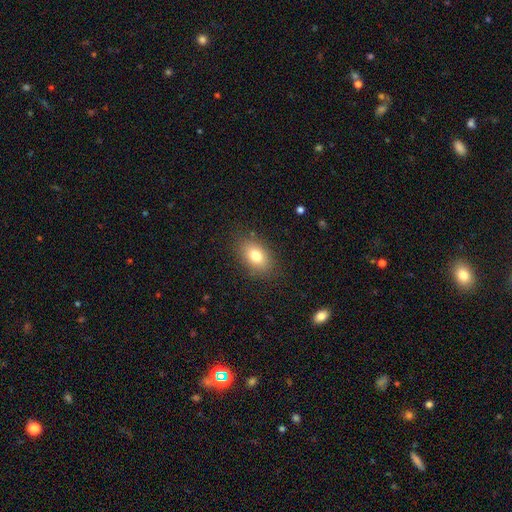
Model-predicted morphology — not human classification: Smooth or featured: smooth — 78% (featured or disk — 12%)
How rounded: in between — 83% (round — 15%)
Merging: none — 85% (minor disturbance — 10%)